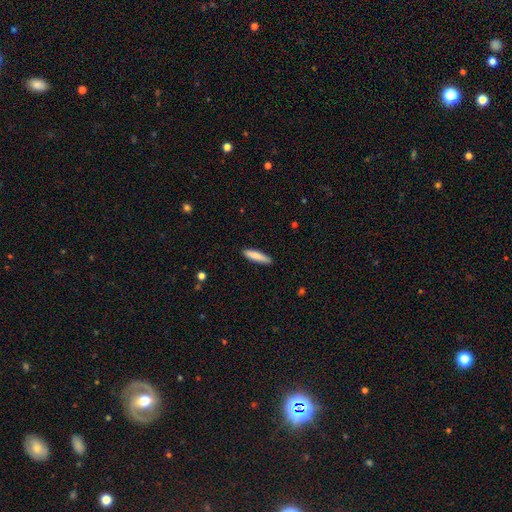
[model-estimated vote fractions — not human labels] Overall: smooth (84%). How rounded: cigar-shaped (82%). Merging: none (88%).